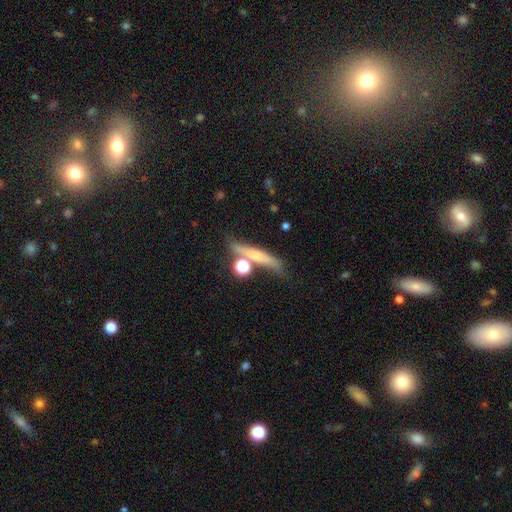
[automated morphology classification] This is possibly a smooth galaxy (55%). How rounded: likely cigar-shaped (72%). Merging: likely none (61%).